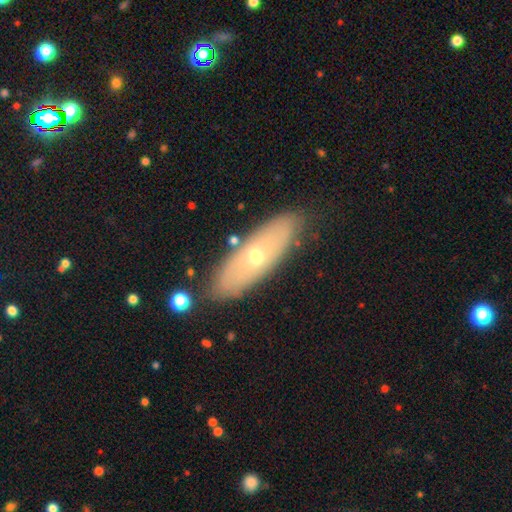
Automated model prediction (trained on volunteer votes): A smooth galaxy with no disk features (49%).

Vote fractions:
- Smooth or featured? smooth: 49% / featured or disk: 43% / star or artifact: 8%
- Merging? none: 83% / minor disturbance: 11% / merger: 3% / major disturbance: 3%